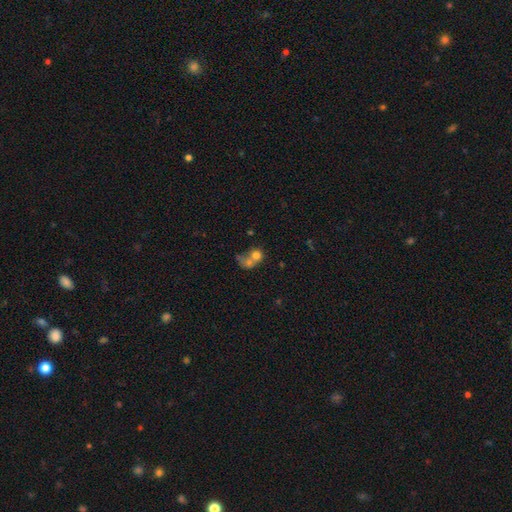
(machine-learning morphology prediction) This is likely a smooth galaxy (65%). How rounded: likely round (69%). Merging: likely merger (64%).